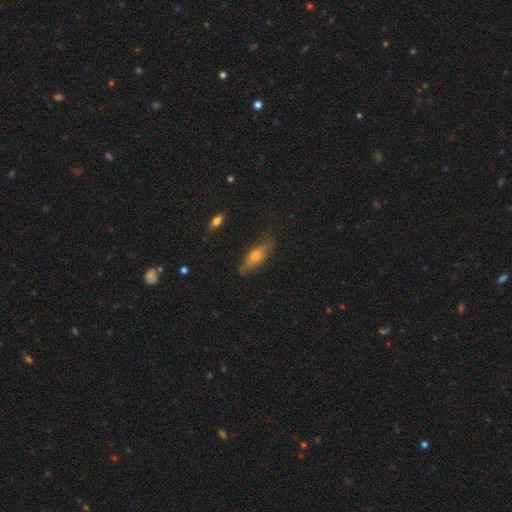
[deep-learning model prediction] smooth-or-featured: smooth: 55% | featured or disk: 37% | star or artifact: 8%
  how-rounded: in between: 58% | cigar-shaped: 39% | round: 3%
  merging: none: 74% | minor disturbance: 20% | major disturbance: 5% | merger: 2%